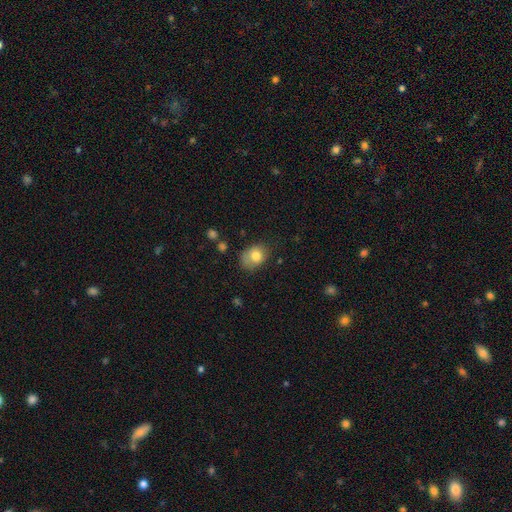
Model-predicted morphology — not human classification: smooth-or-featured: smooth: 78% | featured or disk: 13% | star or artifact: 9%
  how-rounded: in between: 63% | round: 36% | cigar-shaped: 1%
  merging: none: 56% | minor disturbance: 31% | major disturbance: 9% | merger: 4%